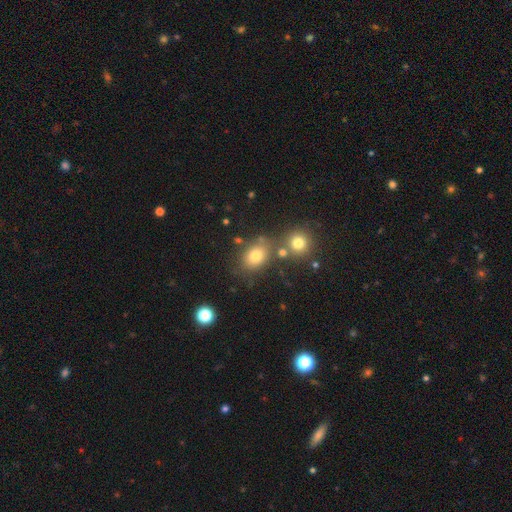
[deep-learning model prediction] Q: Smooth or featured?
A: smooth (76%); runner-up: star or artifact (14%)
Q: How rounded?
A: in between (62%); runner-up: round (36%)
Q: Merging?
A: none (65%); runner-up: merger (18%)